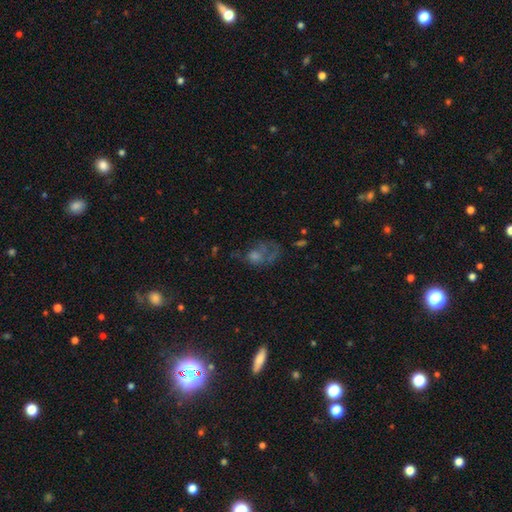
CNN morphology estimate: A featured or disk galaxy (40%).

Vote fractions:
- Smooth or featured? featured or disk: 40% / smooth: 33% / star or artifact: 26%
- Merging? major disturbance: 41% / none: 36% / minor disturbance: 17% / merger: 5%